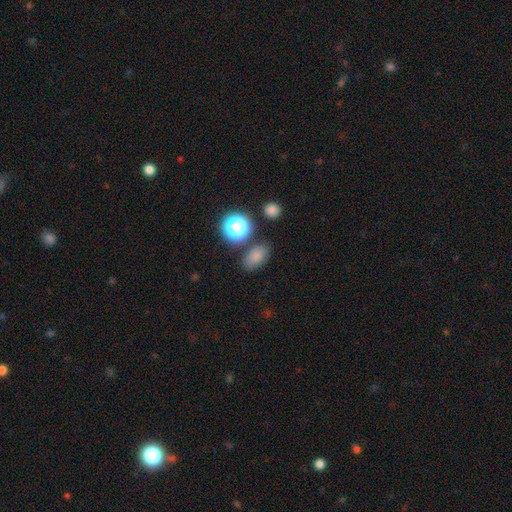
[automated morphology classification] smooth 76%, star or artifact 16%, featured or disk 8%. Down the decision tree: how rounded — in between (79%); merging — none (76%).